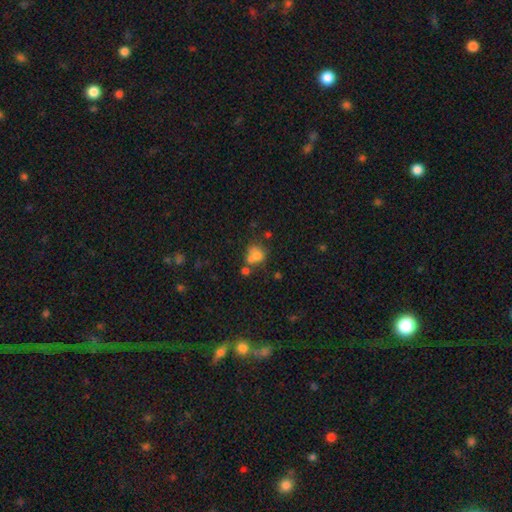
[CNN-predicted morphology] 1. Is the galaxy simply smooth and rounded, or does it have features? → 68% smooth, 18% featured or disk, 14% star or artifact.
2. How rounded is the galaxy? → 65% round, 33% in between, 1% cigar-shaped.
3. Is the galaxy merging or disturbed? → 43% merger, 34% none, 14% minor disturbance, 9% major disturbance.